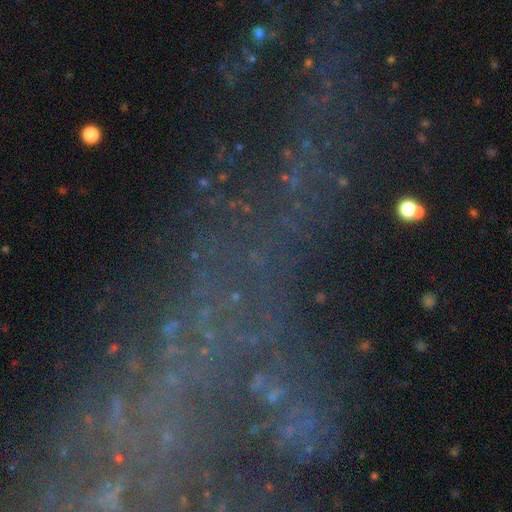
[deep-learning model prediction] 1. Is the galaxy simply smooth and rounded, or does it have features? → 51% star or artifact, 31% featured or disk, 17% smooth.